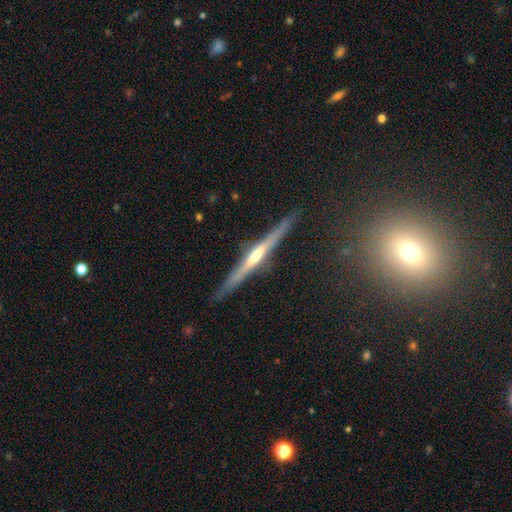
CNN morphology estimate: Smooth or featured?
  - featured or disk: 75% *
  - smooth: 18%
  - star or artifact: 7%
Edge-on disk?
  - yes: 97% *
  - no: 3%
Edge-on bulge?
  - rounded: 62% *
  - none: 26%
  - boxy: 12%
Merging?
  - none: 86% *
  - minor disturbance: 10%
  - major disturbance: 2%
  - merger: 2%